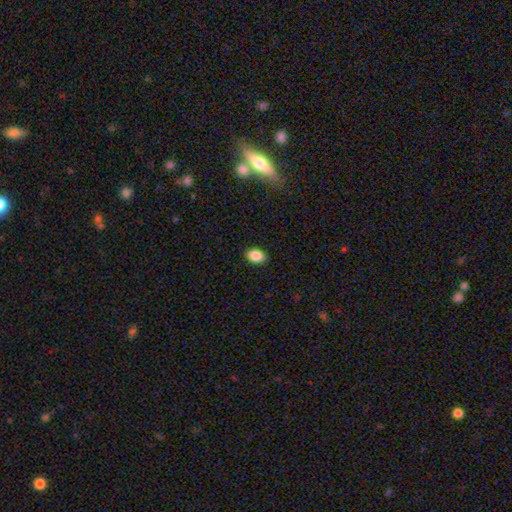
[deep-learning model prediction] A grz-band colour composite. It shows a smooth galaxy with no disk features (88%) that is in between round and cigar-shaped (82%). Merging: none (90%).